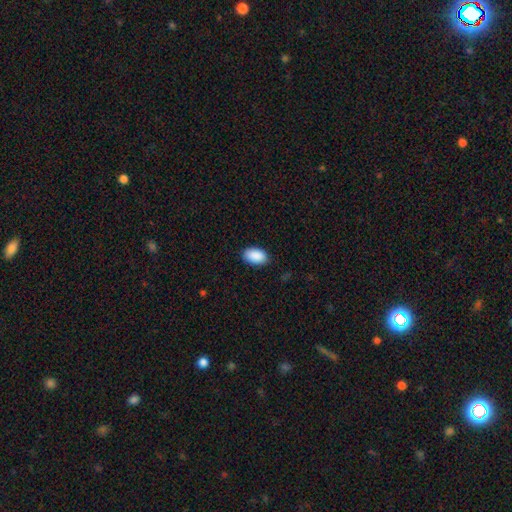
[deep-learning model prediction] Morphology: type=smooth (91%); roundness=in between (93%); merging=none (87%).